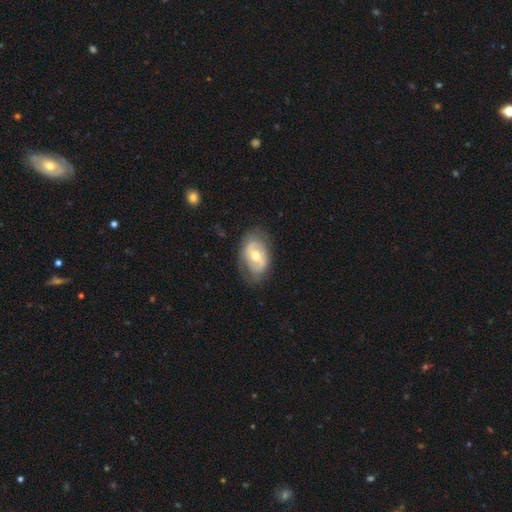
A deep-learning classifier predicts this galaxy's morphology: Smooth or featured: featured or disk — 62% (smooth — 32%)
Edge-on disk: no — 94% (yes — 6%)
Bar: no — 41% (weak — 38%)
Spiral arms: yes — 50% (tied with no — 50%)
Bulge size: moderate — 74% (small — 18%)
Merging: none — 73% (minor disturbance — 19%)